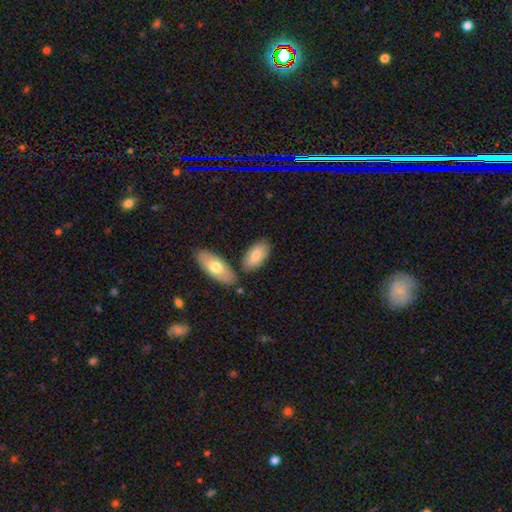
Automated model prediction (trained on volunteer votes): This appears to be a smooth galaxy with no disk features (78%) that is in between round and cigar-shaped (92%). Merging: none (70%).